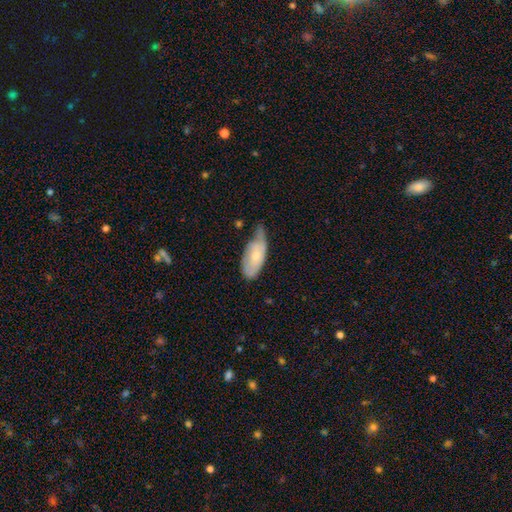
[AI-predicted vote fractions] Q: Smooth or featured?
A: smooth (60%); runner-up: featured or disk (34%)
Q: How rounded?
A: in between (87%); runner-up: cigar-shaped (10%)
Q: Merging?
A: minor disturbance (49%); runner-up: none (31%)